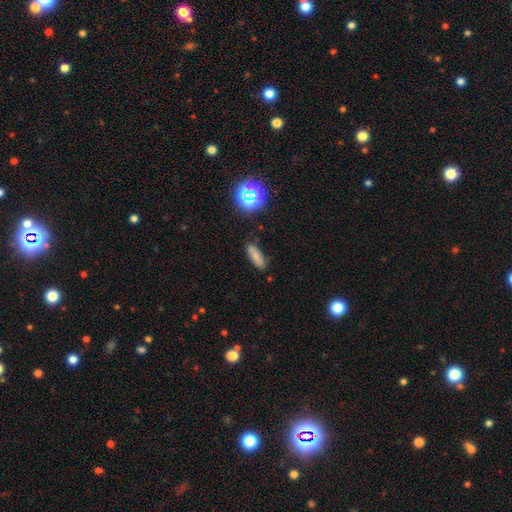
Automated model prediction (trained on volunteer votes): Smooth or featured? smooth (73%)
How rounded? in between (56%)
Merging? none (80%)